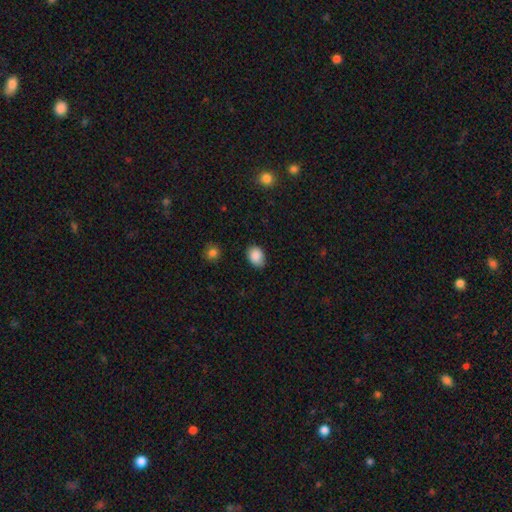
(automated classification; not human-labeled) smooth 88%, star or artifact 8%, featured or disk 4%. Down the decision tree: how rounded — in between (74%); merging — none (81%).